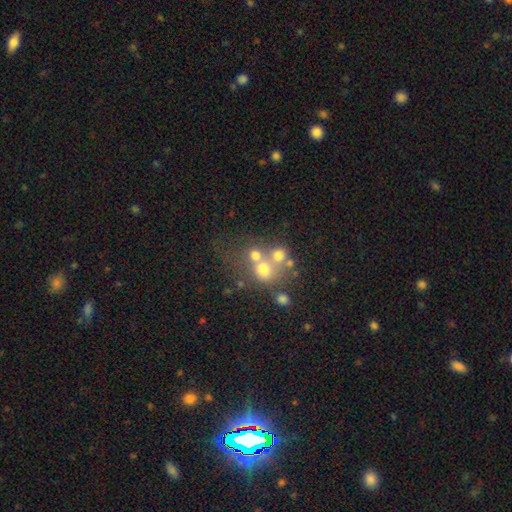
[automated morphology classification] type=smooth (58%); roundness=round (73%); merging=merger (45%).